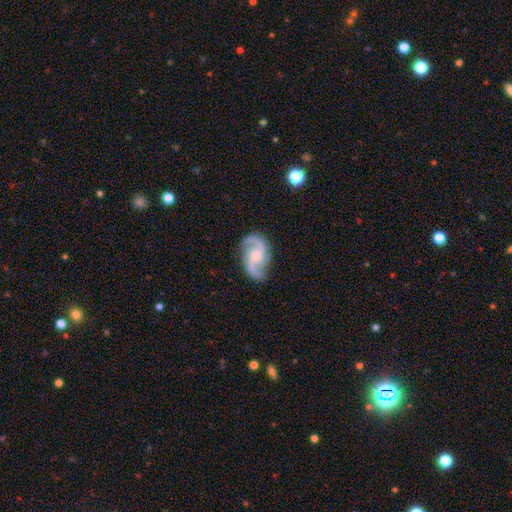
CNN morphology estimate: smooth-or-featured: featured or disk: 90% | smooth: 5% | star or artifact: 5%
  disk-edge-on: no: 98% | yes: 2%
    bar: no: 56% | weak: 37% | strong: 7%
    has-spiral-arms: yes: 98% | no: 2%
      spiral-winding: medium: 54% | loose: 32% | tight: 14%
      spiral-arm-count: 2: 90% | 3: 4% | can't tell: 2% | 1: 1% | 4: 1% | more than 4: 1%
    bulge-size: moderate: 41% | small: 40% | none: 13% | large: 5% | dominant: 1%
  merging: none: 80% | minor disturbance: 14% | major disturbance: 5% | merger: 1%